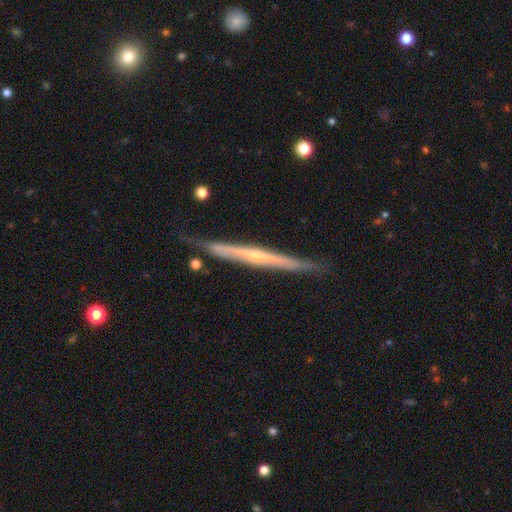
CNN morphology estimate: This is likely a featured or disk galaxy (78%). It is clearly viewed edge-on (96%). Edge-on bulge: likely rounded (68%). Merging: likely none (79%).